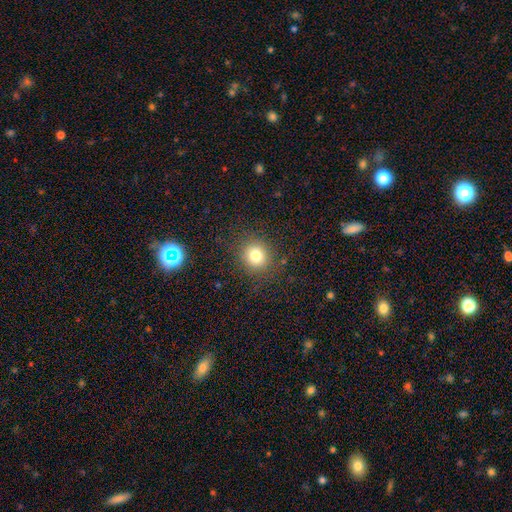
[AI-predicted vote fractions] smooth_or_featured: smooth (p=0.78) [alt: star or artifact p=0.14]
how_rounded: round (p=0.88) [alt: in between p=0.11]
merging: none (p=0.87) [alt: minor disturbance p=0.08]